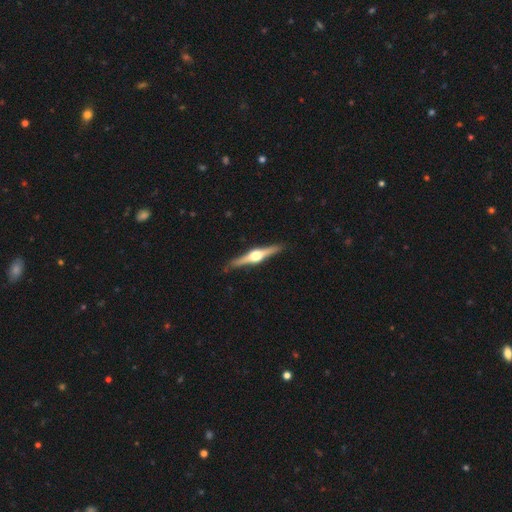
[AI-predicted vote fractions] Smooth or featured: featured or disk — 81% (smooth — 14%)
Edge-on disk: yes — 98% (no — 2%)
Edge-on bulge: rounded — 96% (boxy — 3%)
Merging: none — 90% (minor disturbance — 8%)